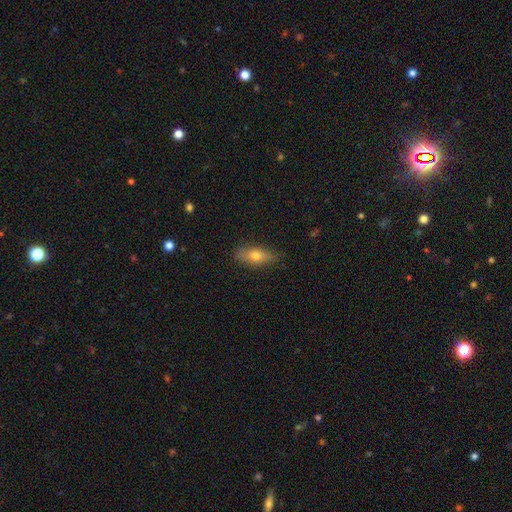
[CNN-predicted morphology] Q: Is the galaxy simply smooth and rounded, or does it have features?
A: smooth — 63%.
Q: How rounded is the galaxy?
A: in between — 65%.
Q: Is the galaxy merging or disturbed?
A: none — 82%.